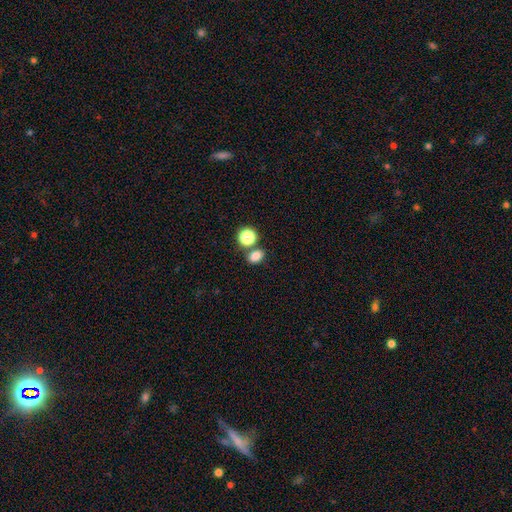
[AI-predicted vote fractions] Q: Smooth or featured?
A: smooth (81%); runner-up: star or artifact (13%)
Q: How rounded?
A: in between (60%); runner-up: round (39%)
Q: Merging?
A: none (66%); runner-up: merger (21%)